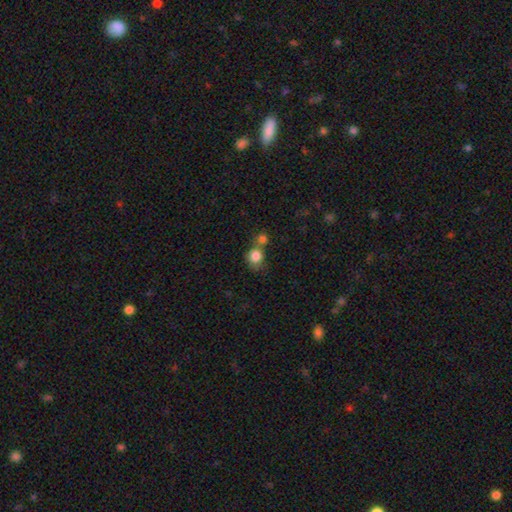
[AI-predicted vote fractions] Smooth or featured? smooth (83%)
How rounded? round (77%)
Merging? none (43%)